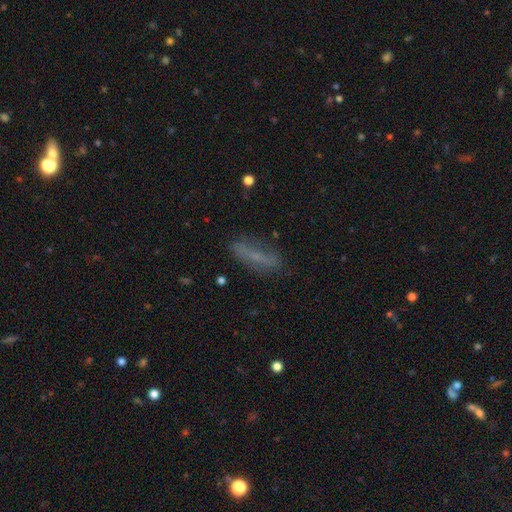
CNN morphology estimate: A smooth galaxy with no disk features (52%) that is cigar-shaped (64%).

Vote fractions:
- Smooth or featured? smooth: 52% / featured or disk: 35% / star or artifact: 13%
- How rounded? cigar-shaped: 64% / in between: 33% / round: 3%
- Merging? none: 70% / minor disturbance: 19% / major disturbance: 8% / merger: 3%